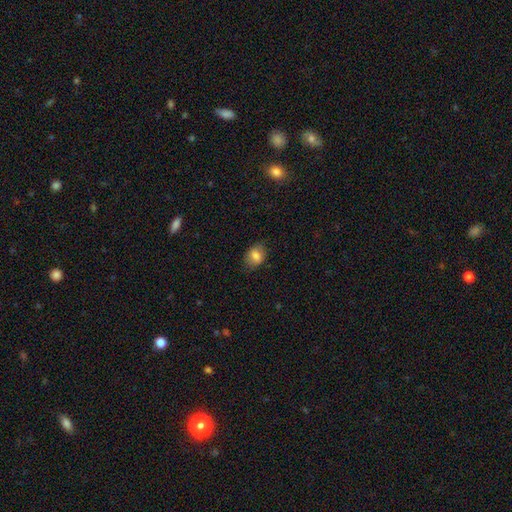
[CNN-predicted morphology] smooth 76%, featured or disk 15%, star or artifact 9%. Down the decision tree: how rounded — in between (61%); merging — none (75%).